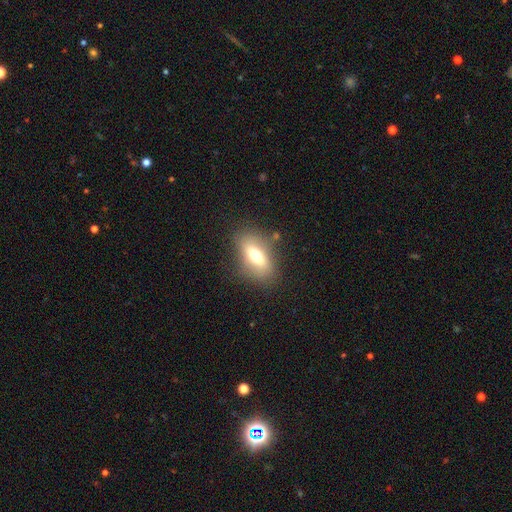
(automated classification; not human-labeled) The model was most divided on "smooth or featured": smooth: 63%, featured or disk: 28%, star or artifact: 9%. More confident: merging — none (78%); how rounded — in between (78%).